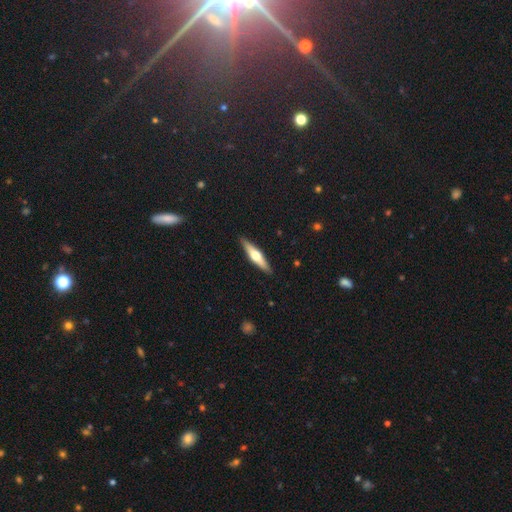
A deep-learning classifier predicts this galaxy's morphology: type=featured or disk (57%); edge-on=yes (94%); edge-on bulge=rounded (93%); merging=none (90%).